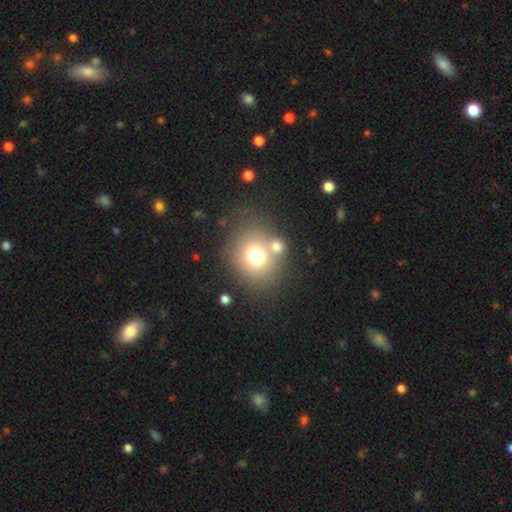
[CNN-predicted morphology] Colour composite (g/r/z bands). It shows a smooth galaxy with no disk features (71%) that is round (76%). Merging: none (62%).